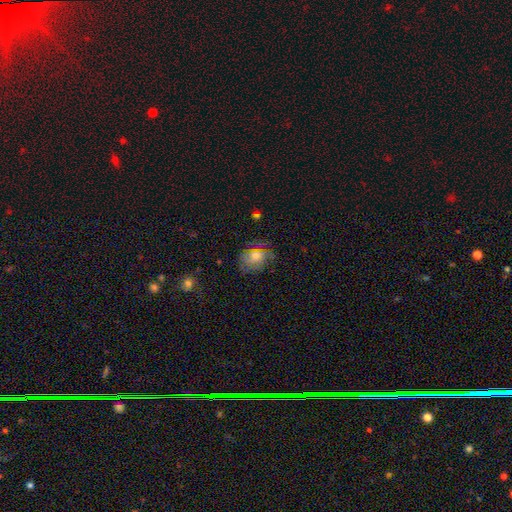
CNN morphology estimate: Q: Smooth or featured?
A: smooth (51%); runner-up: featured or disk (38%)
Q: How rounded?
A: in between (62%); runner-up: round (36%)
Q: Merging?
A: none (55%); runner-up: minor disturbance (26%)